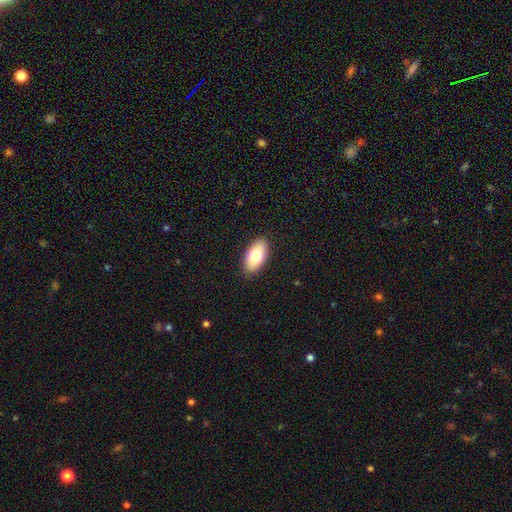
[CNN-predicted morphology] Overall: smooth (77%). How rounded: in between (93%). Merging: none (89%).